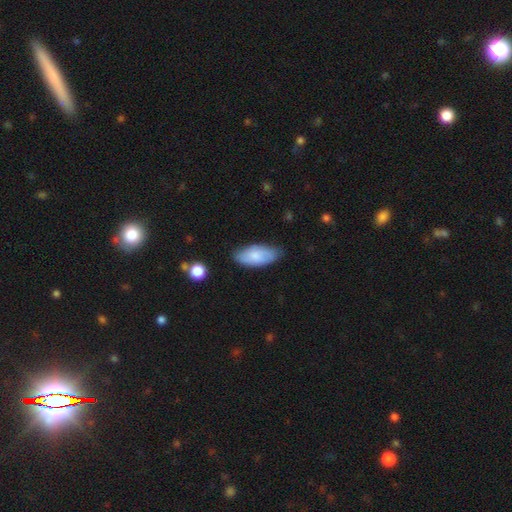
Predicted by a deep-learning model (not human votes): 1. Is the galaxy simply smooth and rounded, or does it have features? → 73% smooth, 21% featured or disk, 6% star or artifact.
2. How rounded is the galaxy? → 89% in between, 9% cigar-shaped, 2% round.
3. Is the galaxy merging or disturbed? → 72% none, 22% minor disturbance, 4% major disturbance, 2% merger.